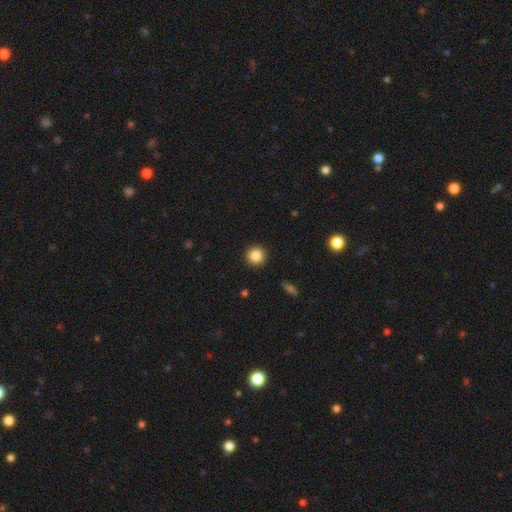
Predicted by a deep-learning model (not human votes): Q: Smooth or featured?
A: smooth (86%); runner-up: star or artifact (10%)
Q: How rounded?
A: round (95%); runner-up: in between (4%)
Q: Merging?
A: none (93%); runner-up: minor disturbance (5%)